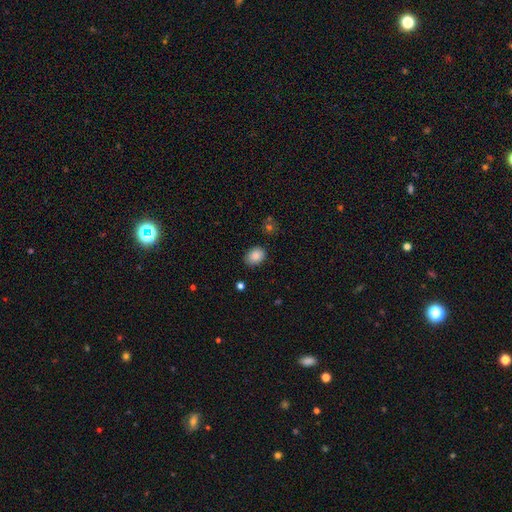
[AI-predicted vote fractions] smooth-or-featured: smooth: 86% | star or artifact: 9% | featured or disk: 6%
  how-rounded: in between: 68% | round: 31% | cigar-shaped: 1%
  merging: none: 82% | minor disturbance: 14% | major disturbance: 3% | merger: 2%